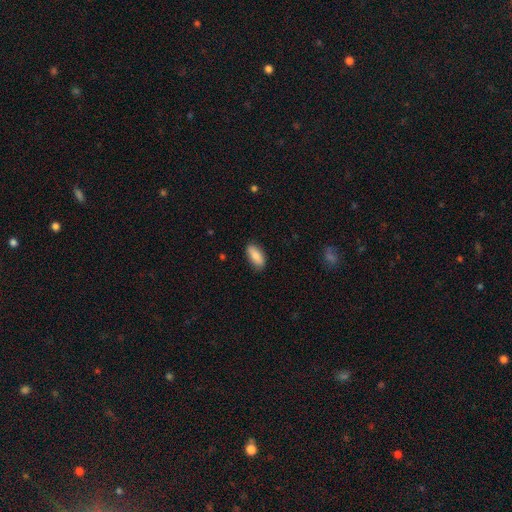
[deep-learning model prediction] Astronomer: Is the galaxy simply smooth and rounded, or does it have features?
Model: smooth — 83%.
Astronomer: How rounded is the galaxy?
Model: in between — 84%.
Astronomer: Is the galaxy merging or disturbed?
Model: none — 86%.